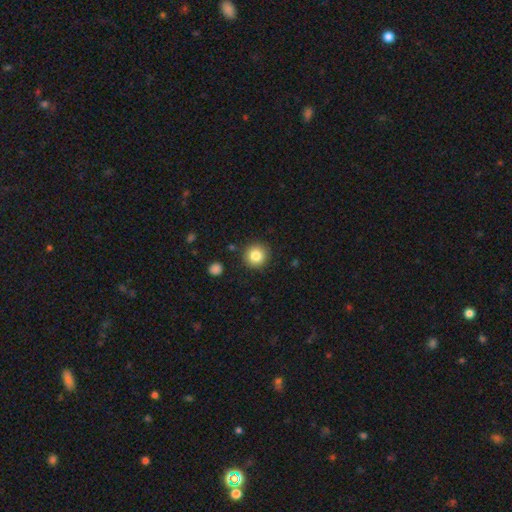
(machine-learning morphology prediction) This appears to be a smooth galaxy with no disk features (83%) that is round (94%). Merging: none (89%).